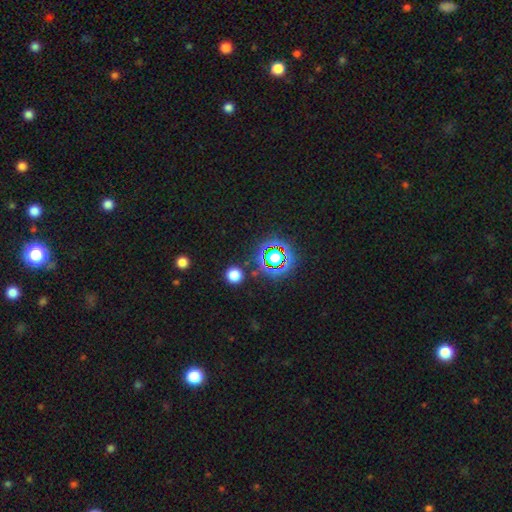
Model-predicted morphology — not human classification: This is likely a star or artifact rather than a galaxy (75%).